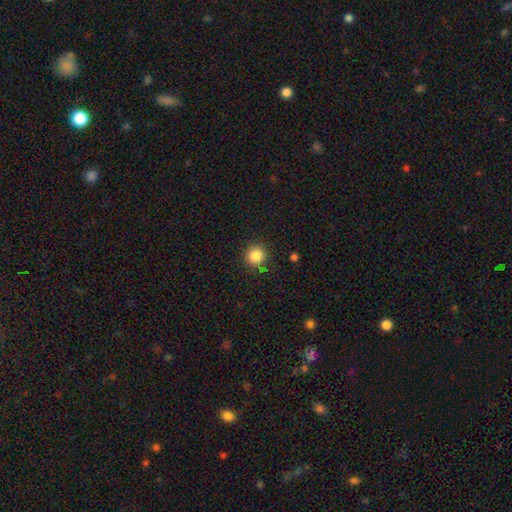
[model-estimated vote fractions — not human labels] Overall: smooth (85%). How rounded: round (92%). Merging: none (86%).